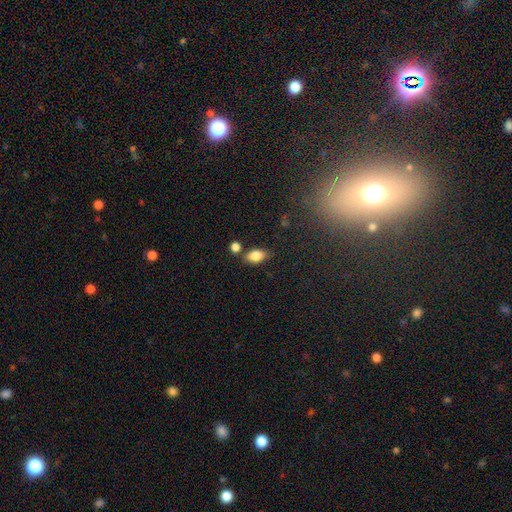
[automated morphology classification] A smooth galaxy with no disk features (84%) that is in between round and cigar-shaped (88%). Merging: none (74%).